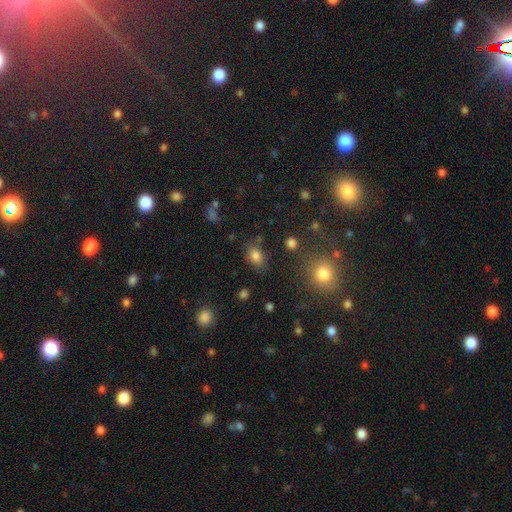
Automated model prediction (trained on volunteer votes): Morphology: type=smooth (81%); roundness=in between (80%); merging=none (74%).